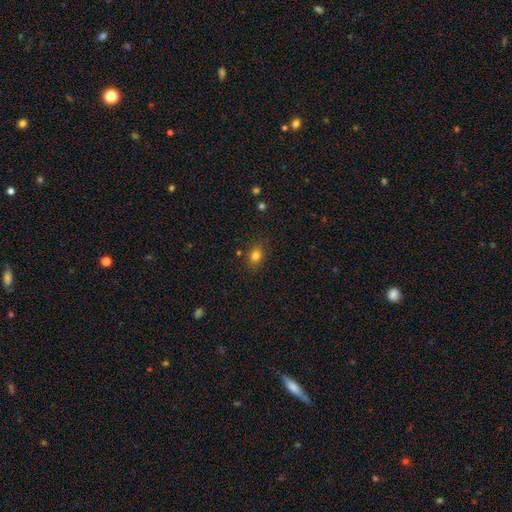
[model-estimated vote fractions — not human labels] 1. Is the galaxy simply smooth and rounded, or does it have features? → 80% smooth, 13% star or artifact, 7% featured or disk.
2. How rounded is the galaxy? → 51% in between, 48% round, 1% cigar-shaped.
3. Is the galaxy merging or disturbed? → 81% none, 13% minor disturbance, 3% major disturbance, 3% merger.